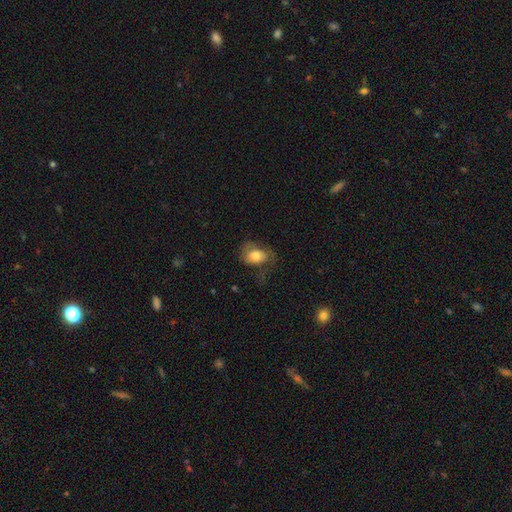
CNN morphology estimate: Smooth or featured: smooth — 63% (featured or disk — 29%)
How rounded: in between — 78% (round — 20%)
Merging: none — 37% (major disturbance — 36%)